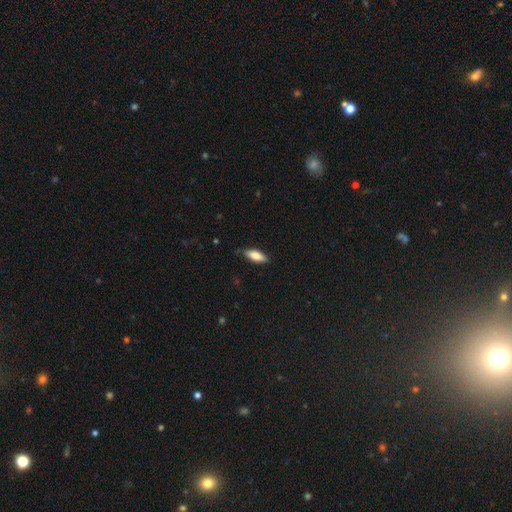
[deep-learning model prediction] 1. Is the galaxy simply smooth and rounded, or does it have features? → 79% smooth, 15% featured or disk, 6% star or artifact.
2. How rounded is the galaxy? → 69% in between, 29% cigar-shaped, 2% round.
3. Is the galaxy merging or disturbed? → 80% none, 16% minor disturbance, 3% major disturbance, 1% merger.